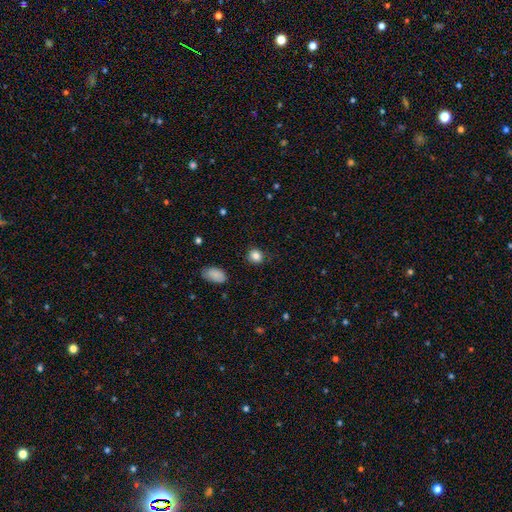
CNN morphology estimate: smooth-or-featured: smooth: 85% | star or artifact: 10% | featured or disk: 5%
  how-rounded: round: 72% | in between: 26% | cigar-shaped: 1%
  merging: none: 83% | minor disturbance: 13% | major disturbance: 3% | merger: 1%